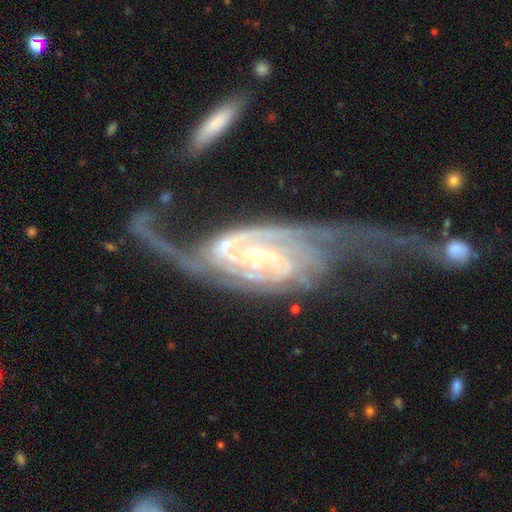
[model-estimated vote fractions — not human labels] Smooth or featured?
  - featured or disk: 92% *
  - star or artifact: 5%
  - smooth: 3%
Edge-on disk?
  - no: 95% *
  - yes: 5%
Bar?
  - weak: 37% *
  - no: 35%
  - strong: 27%
Spiral arms?
  - yes: 97% *
  - no: 3%
Spiral winding?
  - medium: 39% *
  - tight: 33%
  - loose: 28%
Spiral arm count?
  - 2: 71% *
  - can't tell: 9%
  - 3: 7%
  - 1: 4%
  - 4: 4%
  - more than 4: 4%
Bulge size?
  - small: 56% *
  - moderate: 38%
  - large: 3%
  - none: 2%
  - dominant: 1%
Merging?
  - major disturbance: 41% *
  - none: 28%
  - minor disturbance: 16%
  - merger: 15%